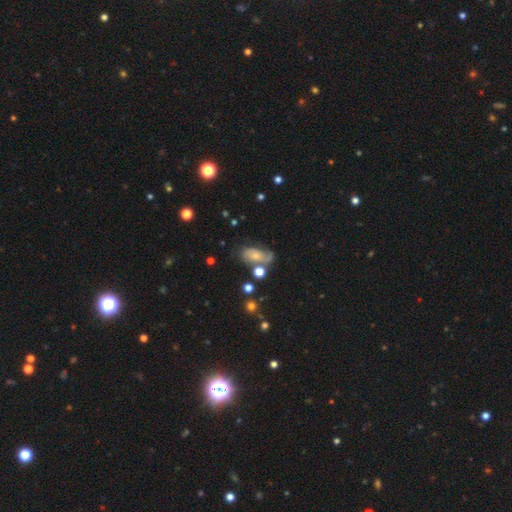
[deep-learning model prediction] This is possibly a featured or disk galaxy (47%). Merging: possibly none (47%).